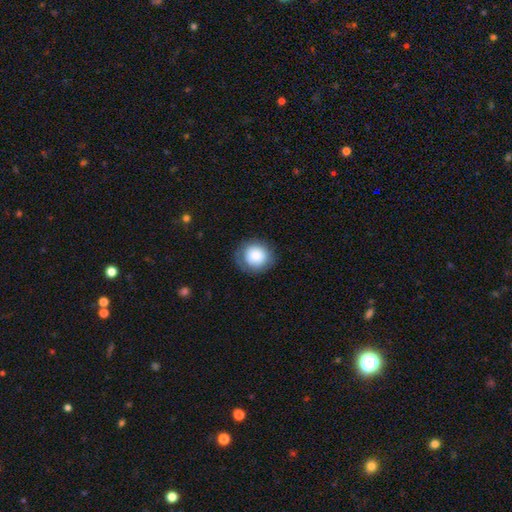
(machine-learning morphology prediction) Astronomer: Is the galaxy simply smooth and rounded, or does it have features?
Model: smooth — 83%.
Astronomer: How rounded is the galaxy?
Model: round — 88%.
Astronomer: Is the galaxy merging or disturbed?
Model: none — 79%.